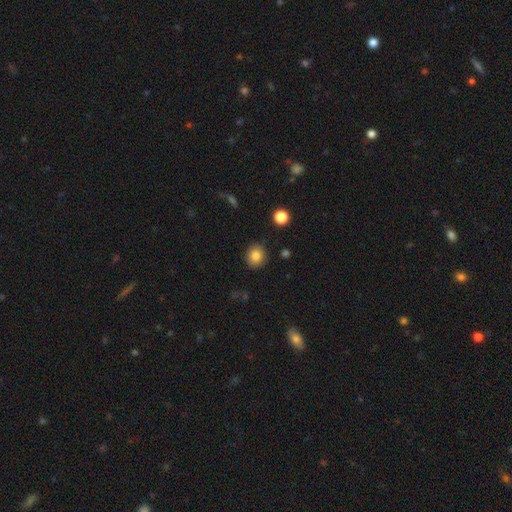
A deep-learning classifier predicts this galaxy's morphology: smooth 83%, star or artifact 10%, featured or disk 7%. Down the decision tree: how rounded — round (81%); merging — none (89%).